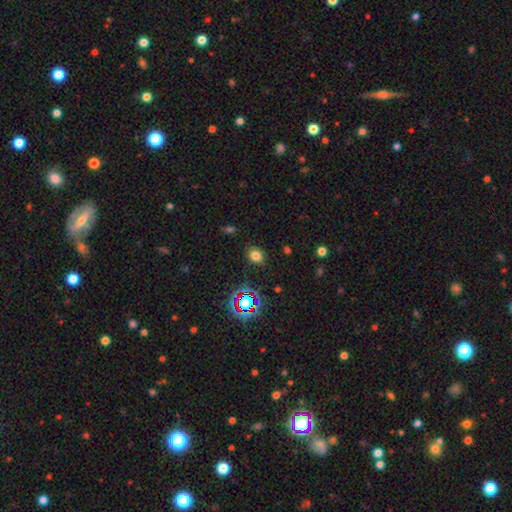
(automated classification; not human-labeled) The model was most divided on "how rounded": round: 51%, in between: 48%, cigar-shaped: 1%. More confident: merging — none (85%); smooth or featured — smooth (74%).